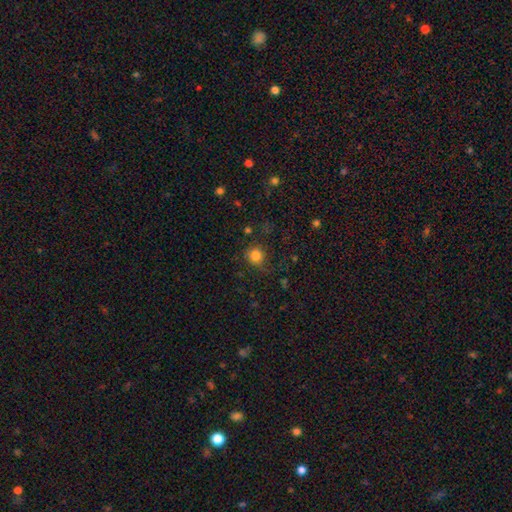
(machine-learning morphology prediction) smooth 81%, star or artifact 13%, featured or disk 6%. Down the decision tree: how rounded — round (89%); merging — none (73%).